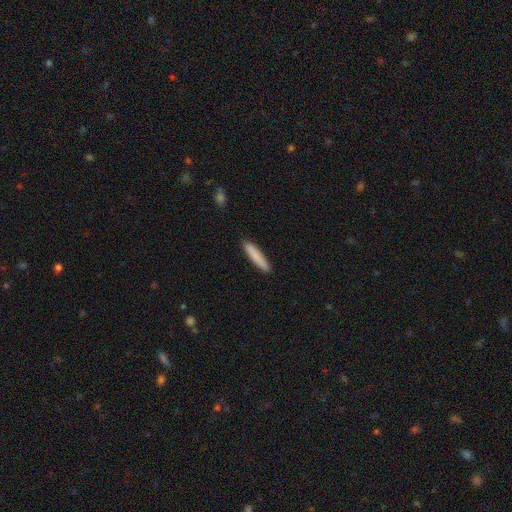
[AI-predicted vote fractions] smooth 84%, featured or disk 10%, star or artifact 6%. Down the decision tree: how rounded — cigar-shaped (89%); merging — none (91%).